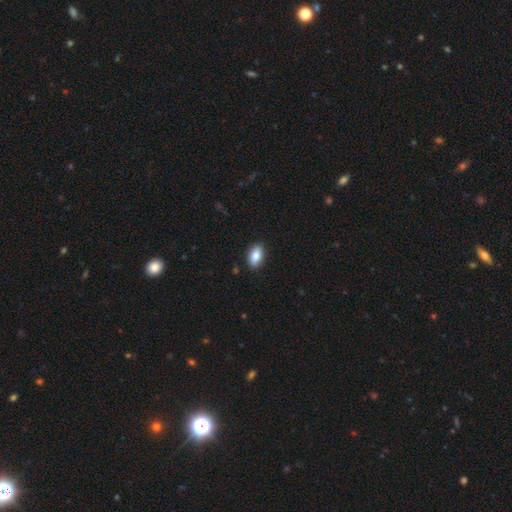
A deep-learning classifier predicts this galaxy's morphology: A smooth galaxy with no disk features (83%) that is in between round and cigar-shaped (90%).

Vote fractions:
- Smooth or featured? smooth: 83% / featured or disk: 10% / star or artifact: 7%
- How rounded? in between: 90% / round: 5% / cigar-shaped: 4%
- Merging? none: 89% / minor disturbance: 9% / major disturbance: 2% / merger: 1%